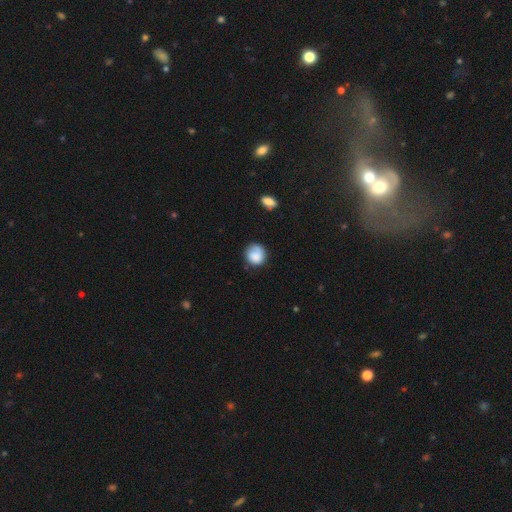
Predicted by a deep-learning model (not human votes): A smooth galaxy with no disk features (82%) that is round (87%). Merging: none (69%).